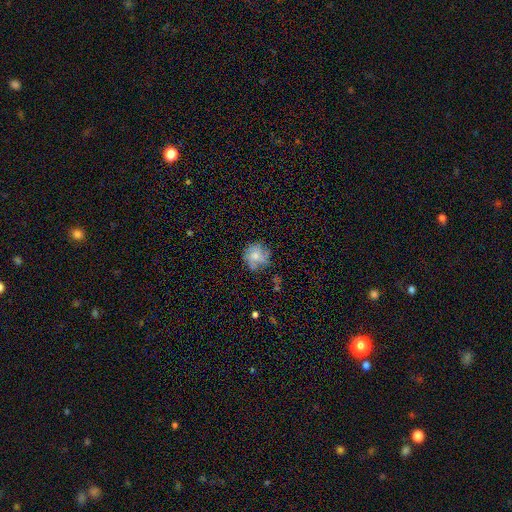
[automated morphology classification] Smooth or featured? Predicted: smooth (p=0.50). Merging? Predicted: none (p=0.69).